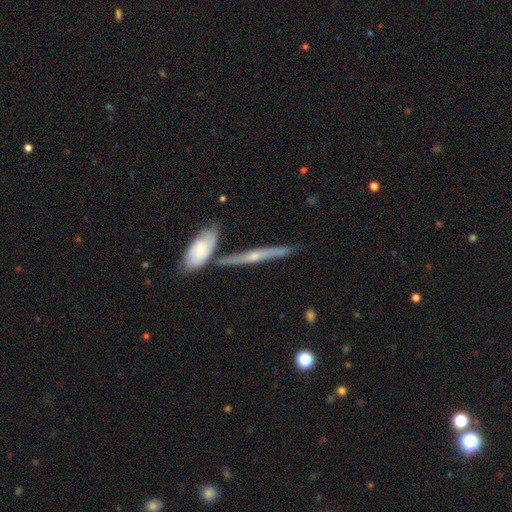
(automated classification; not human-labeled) Overall: featured or disk (69%). Edge-on disk: yes (91%). Edge-on bulge: rounded (75%). Merging: none (73%).